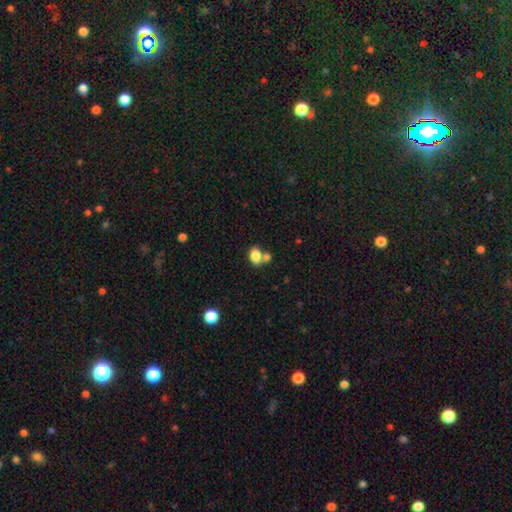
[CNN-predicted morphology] type=smooth (83%); roundness=in between (80%); merging=none (49%).